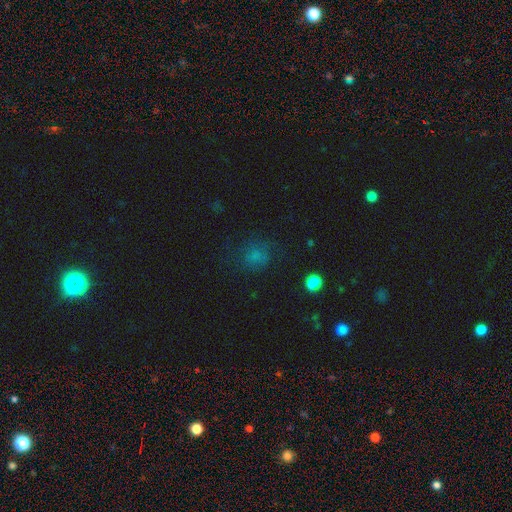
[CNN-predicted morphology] Overall: smooth (67%). How rounded: round (75%). Merging: none (67%).